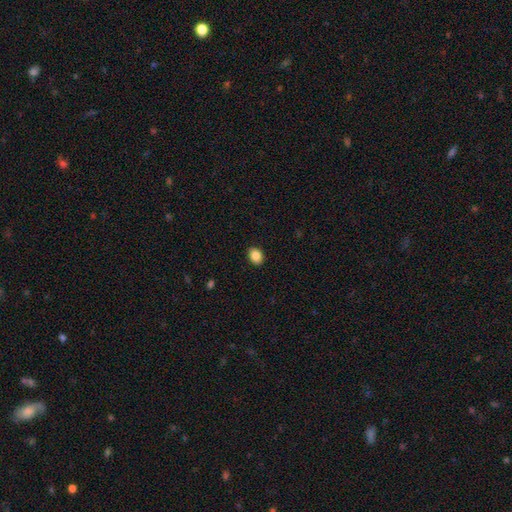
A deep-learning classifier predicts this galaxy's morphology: This appears to be a smooth galaxy with no disk features (87%) that is in between round and cigar-shaped (60%). Merging: none (91%).